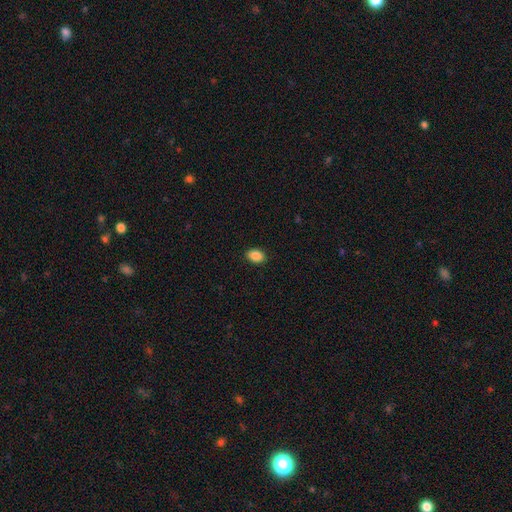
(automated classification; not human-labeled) Smooth or featured: smooth — 89% (star or artifact — 8%)
How rounded: in between — 84% (round — 15%)
Merging: none — 89% (minor disturbance — 8%)